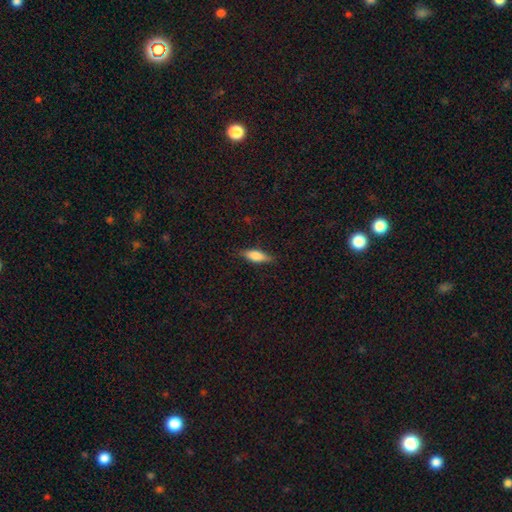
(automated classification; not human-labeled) This appears to be a smooth galaxy with no disk features (72%) that is in between round and cigar-shaped (56%). Merging: none (83%).